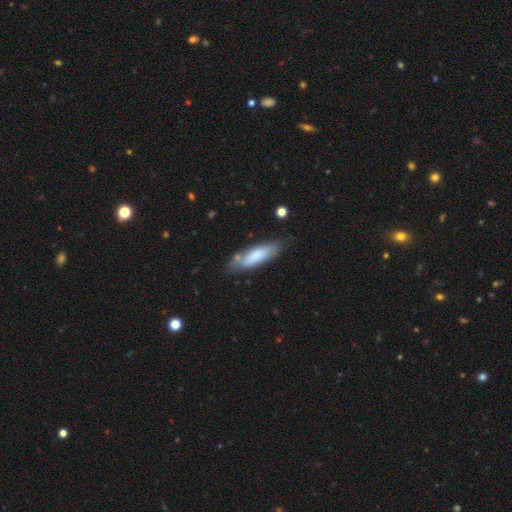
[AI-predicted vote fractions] Smooth or featured? Predicted: smooth (p=0.76). How rounded? Predicted: cigar-shaped (p=0.51). Merging? Predicted: none (p=0.69).